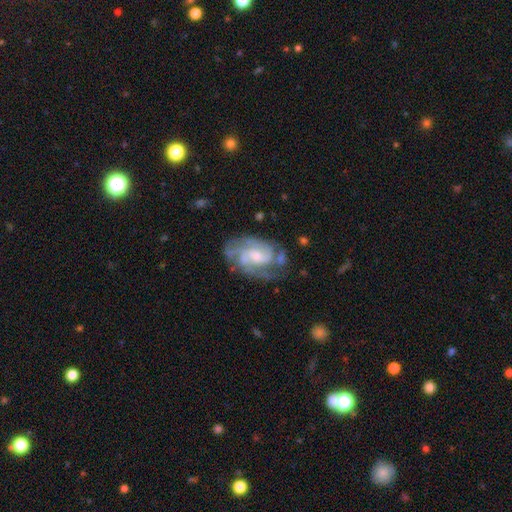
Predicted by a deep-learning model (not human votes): Morphology: type=featured or disk (86%); edge-on=no (97%); bar=no (50%); spiral arms=yes (96%); winding=tight (48%); arm count=2 (32%); bulge=small (48%); merging=none (67%).